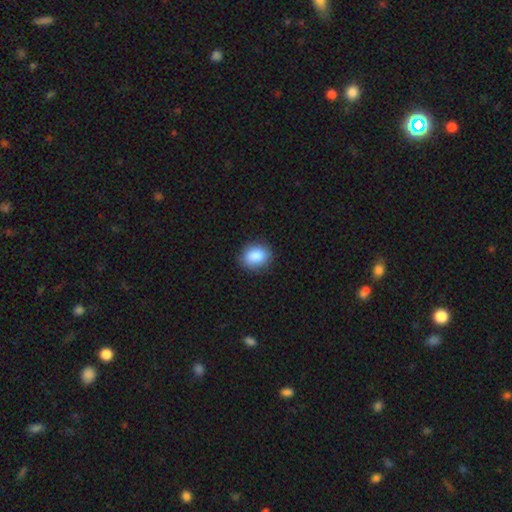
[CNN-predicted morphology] Overall: smooth (87%). How rounded: round (52%; in between 47%). Merging: none (87%).